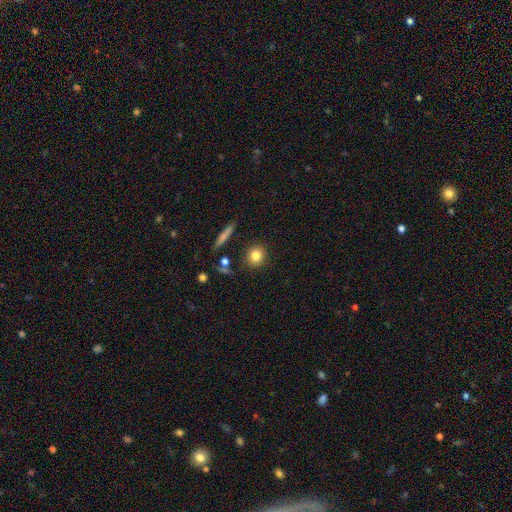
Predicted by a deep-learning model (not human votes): Smooth or featured? smooth (81%)
How rounded? round (82%)
Merging? none (87%)